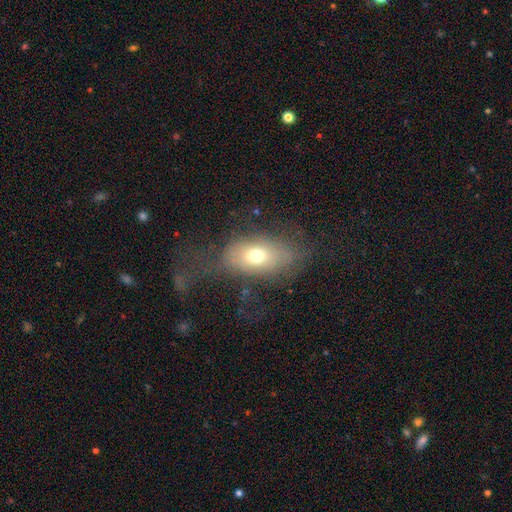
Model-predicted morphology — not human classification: This appears to be a smooth galaxy with no disk features (66%) that is in between round and cigar-shaped (81%). Merging: none (50%).